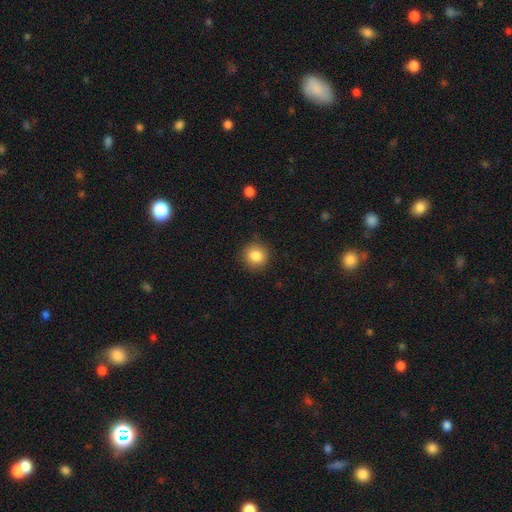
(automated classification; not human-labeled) This is clearly a smooth galaxy (85%). How rounded: clearly round (92%). Merging: clearly none (89%).